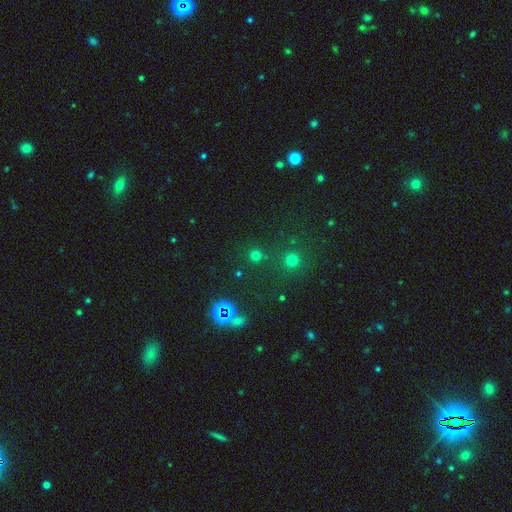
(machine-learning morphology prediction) Overall: smooth (67%; star or artifact 28%). How rounded: round (93%). Merging: none (82%).